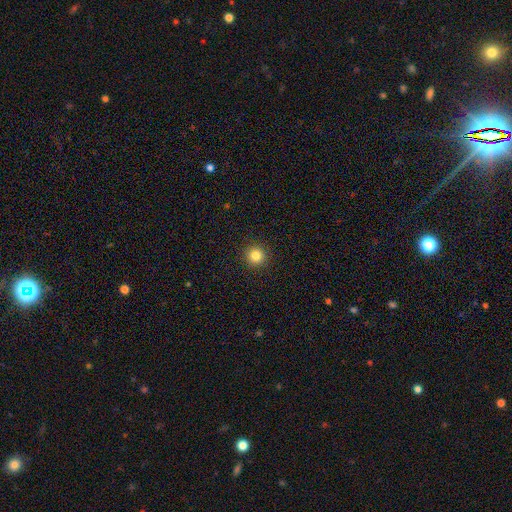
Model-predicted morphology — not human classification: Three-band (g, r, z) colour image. It shows a smooth galaxy with no disk features (83%) that is round (95%). Merging: none (93%).